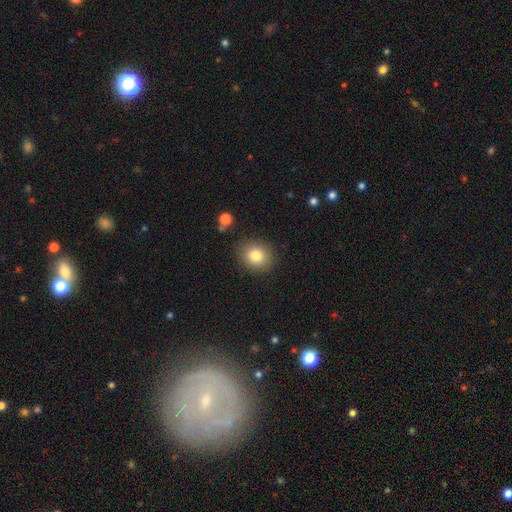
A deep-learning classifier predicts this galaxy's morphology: A smooth galaxy with no disk features (81%) that is round (71%). Merging: none (85%).